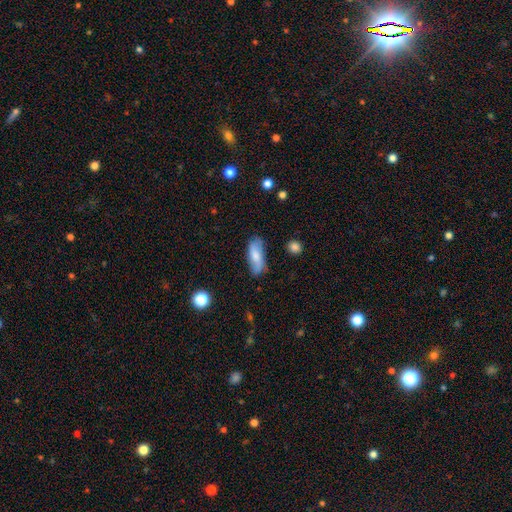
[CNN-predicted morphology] smooth-or-featured: smooth: 69% | featured or disk: 24% | star or artifact: 7%
  how-rounded: in between: 73% | cigar-shaped: 24% | round: 3%
  merging: none: 70% | minor disturbance: 23% | major disturbance: 5% | merger: 3%